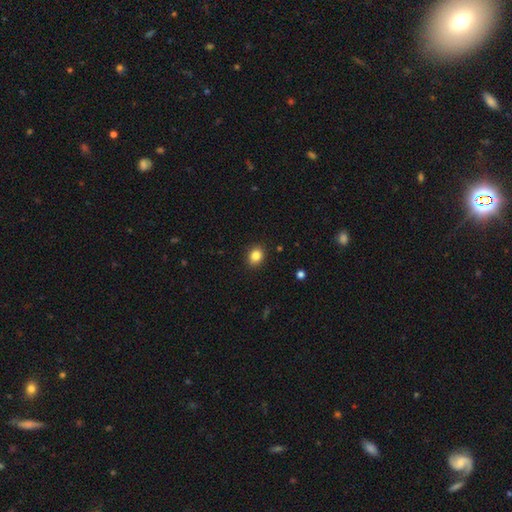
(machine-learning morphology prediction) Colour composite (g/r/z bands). It shows a smooth galaxy with no disk features (85%) that is round (56%). Merging: none (90%).